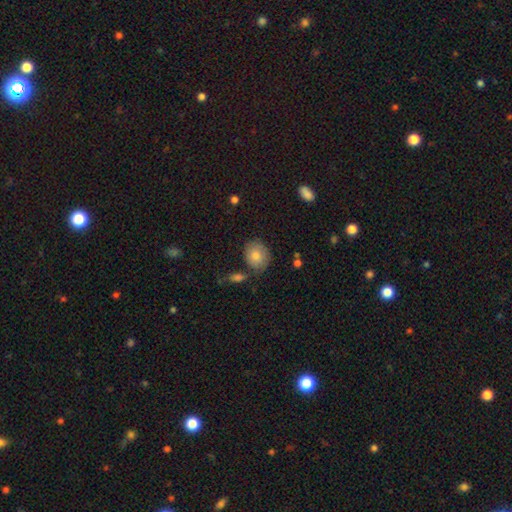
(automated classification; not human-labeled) smooth 80%, featured or disk 12%, star or artifact 9%. Down the decision tree: how rounded — round (57%); merging — none (75%).